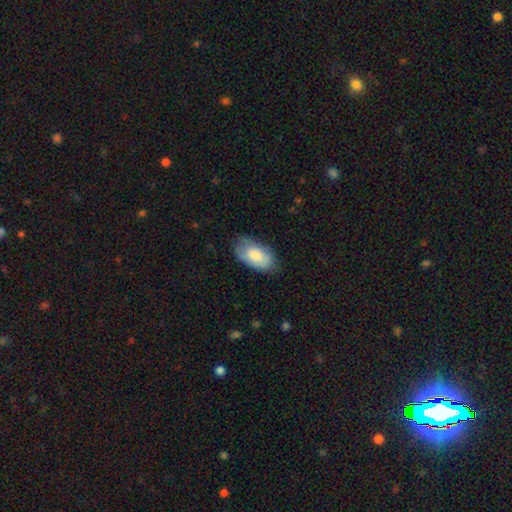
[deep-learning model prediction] smooth_or_featured: smooth (p=0.78) [alt: featured or disk p=0.16]
how_rounded: in between (p=0.95) [alt: round p=0.04]
merging: none (p=0.67) [alt: minor disturbance p=0.26]